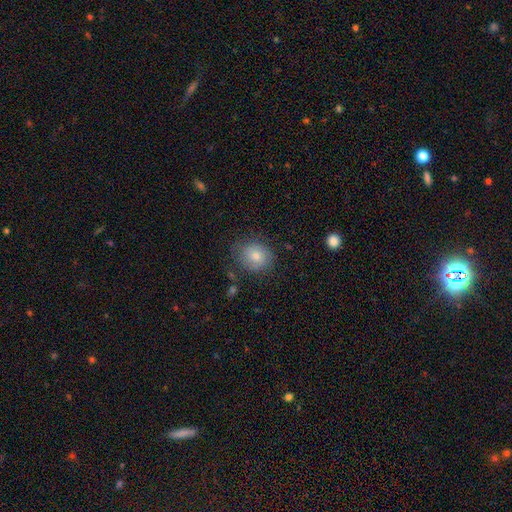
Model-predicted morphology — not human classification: type=smooth (71%); roundness=round (73%); merging=none (77%).